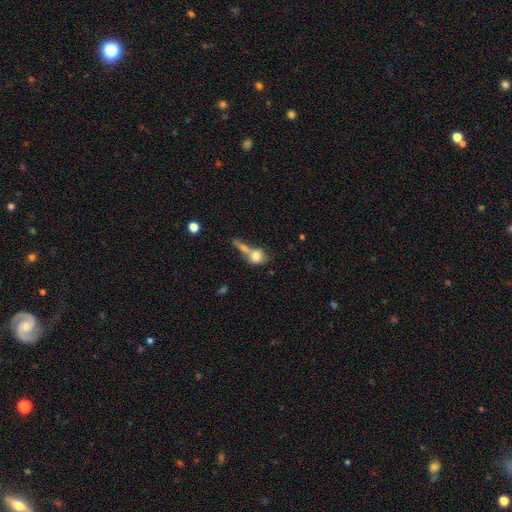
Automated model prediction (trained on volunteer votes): smooth_or_featured: smooth (p=0.74) [alt: featured or disk p=0.17]
how_rounded: round (p=0.52) [alt: in between p=0.42]
merging: merger (p=0.49) [alt: none p=0.29]